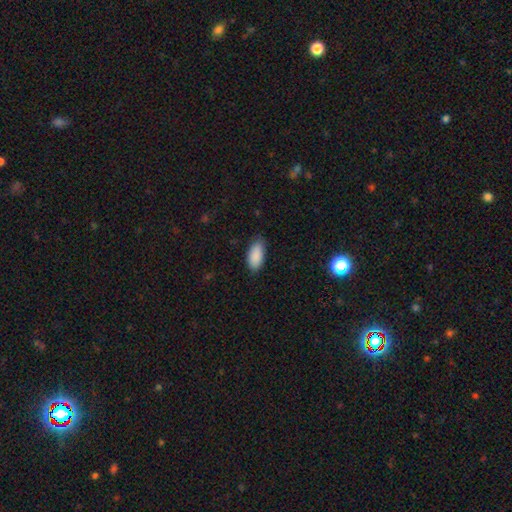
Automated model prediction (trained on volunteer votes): A smooth galaxy with no disk features (90%) that is in between round and cigar-shaped (92%). Merging: none (80%).